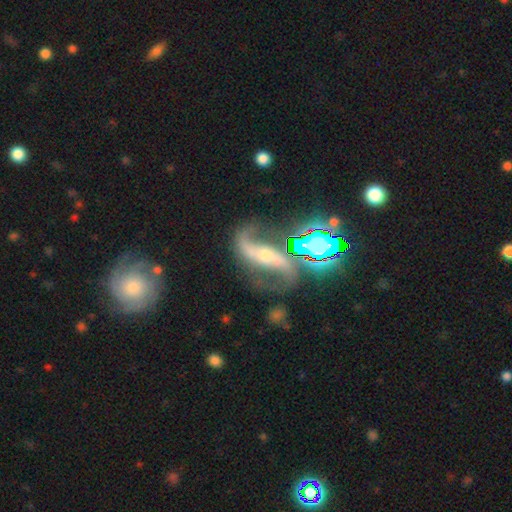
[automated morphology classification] featured or disk 82%, star or artifact 11%, smooth 7%. Down the decision tree: edge-on disk — no (92%); bar — strong (48%); spiral arms — yes (95%); spiral arm count — 2 (91%); spiral winding — loose (72%); bulge size — small (46%); merging — none (62%).